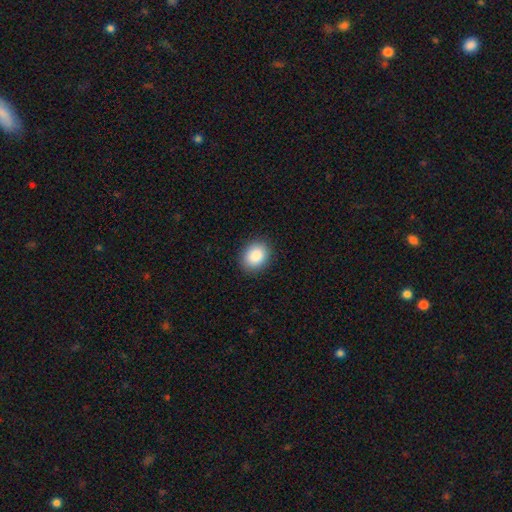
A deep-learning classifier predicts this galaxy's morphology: Smooth or featured?
  - smooth: 88% *
  - star or artifact: 8%
  - featured or disk: 4%
How rounded?
  - in between: 52% *
  - round: 47%
  - cigar-shaped: 1%
Merging?
  - none: 90% *
  - minor disturbance: 7%
  - major disturbance: 2%
  - merger: 1%